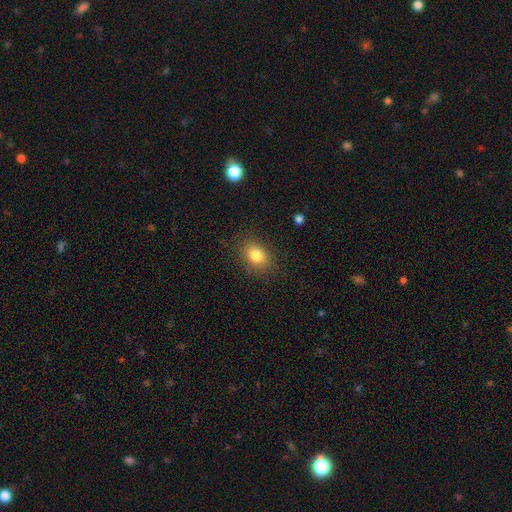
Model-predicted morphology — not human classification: Smooth or featured? Predicted: smooth (p=0.82). How rounded? Predicted: in between (p=0.69). Merging? Predicted: none (p=0.85).